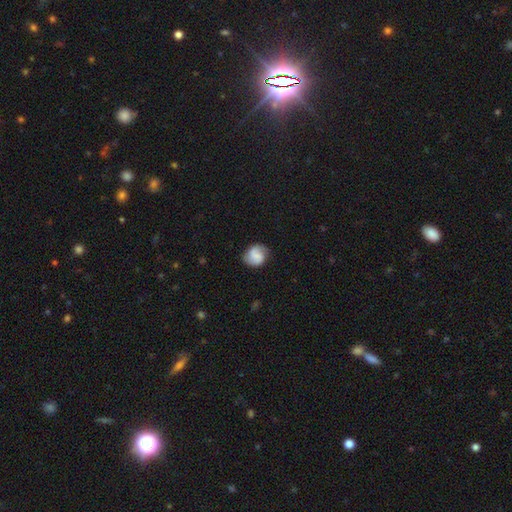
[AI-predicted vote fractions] smooth-or-featured: smooth: 47% | featured or disk: 45% | star or artifact: 8%
  merging: none: 74% | minor disturbance: 19% | major disturbance: 6% | merger: 1%